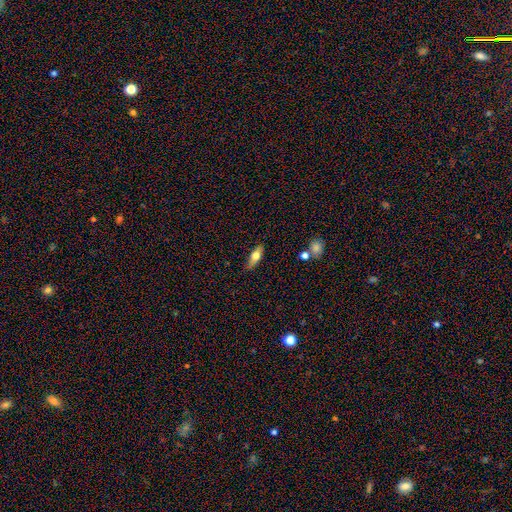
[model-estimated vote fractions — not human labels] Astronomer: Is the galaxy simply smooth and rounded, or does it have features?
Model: smooth — 54% (runner-up: featured or disk, 39%).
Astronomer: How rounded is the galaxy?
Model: in between — 54% (runner-up: cigar-shaped, 42%).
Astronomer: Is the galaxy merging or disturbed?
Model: none — 82%.